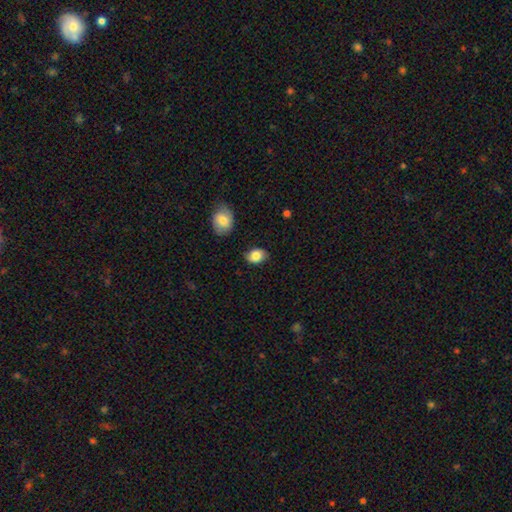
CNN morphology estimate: A smooth galaxy with no disk features (82%) that is in between round and cigar-shaped (73%).

Vote fractions:
- Smooth or featured? smooth: 82% / featured or disk: 11% / star or artifact: 7%
- How rounded? in between: 73% / round: 26% / cigar-shaped: 1%
- Merging? none: 78% / minor disturbance: 16% / major disturbance: 3% / merger: 2%